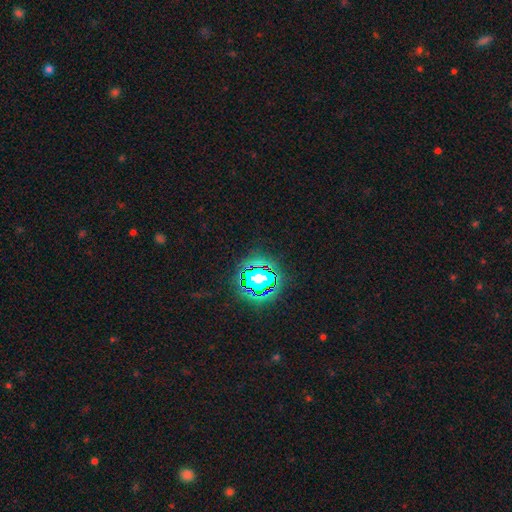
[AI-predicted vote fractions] This is clearly a star or artifact rather than a galaxy (81%).